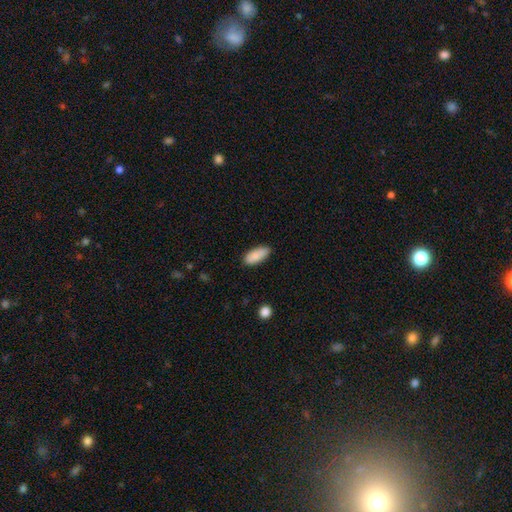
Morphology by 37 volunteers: smooth_or_featured: smooth (p=0.81) [alt: featured or disk p=0.14]
how_rounded: in between (p=0.83) [alt: cigar-shaped p=0.17]
merging: none (p=0.86) [alt: minor disturbance p=0.09]